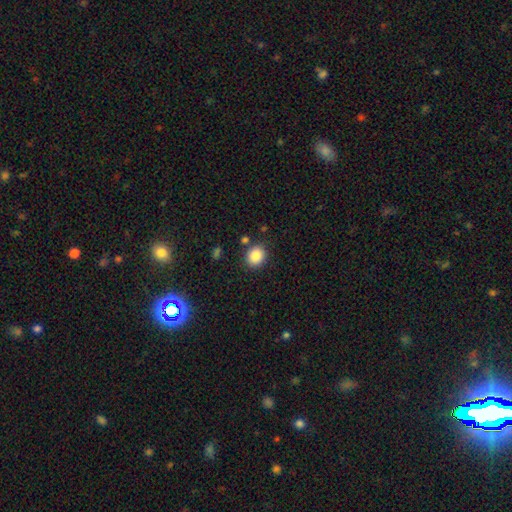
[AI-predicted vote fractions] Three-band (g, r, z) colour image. It shows a smooth galaxy with no disk features (86%) that is round (68%). Merging: none (83%).